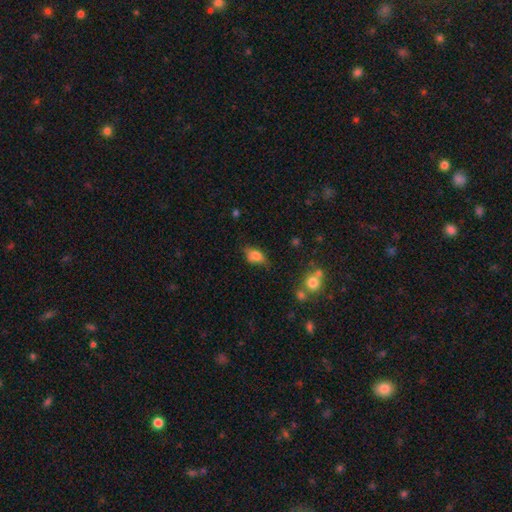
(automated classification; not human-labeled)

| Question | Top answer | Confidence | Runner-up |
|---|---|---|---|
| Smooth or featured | smooth | 75% | featured or disk (16%) |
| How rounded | in between | 83% | round (11%) |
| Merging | none | 60% | minor disturbance (29%) |